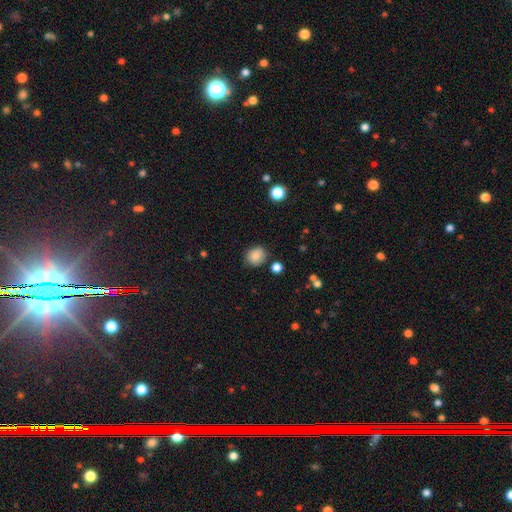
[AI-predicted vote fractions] Smooth or featured? Predicted: smooth (p=0.86). How rounded? Predicted: round (p=0.64). Merging? Predicted: none (p=0.80).